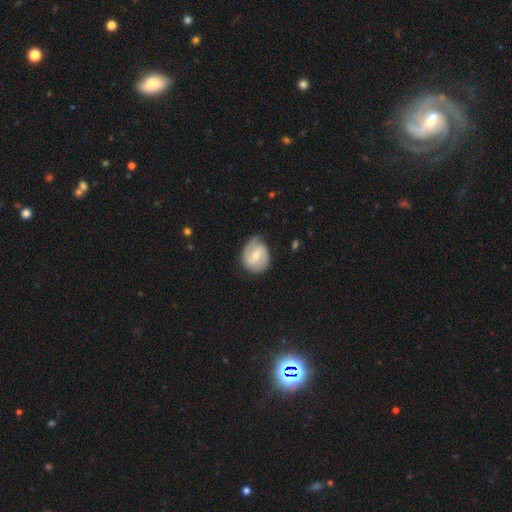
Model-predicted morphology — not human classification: Smooth or featured: featured or disk — 69% (smooth — 26%)
Edge-on disk: no — 98% (yes — 2%)
Bar: weak — 56% (no — 27%)
Spiral arms: yes — 91% (no — 9%)
Spiral winding: medium — 45% (tight — 37%)
Spiral arm count: 2 — 79% (can't tell — 9%)
Bulge size: moderate — 57% (small — 37%)
Merging: none — 70% (minor disturbance — 23%)